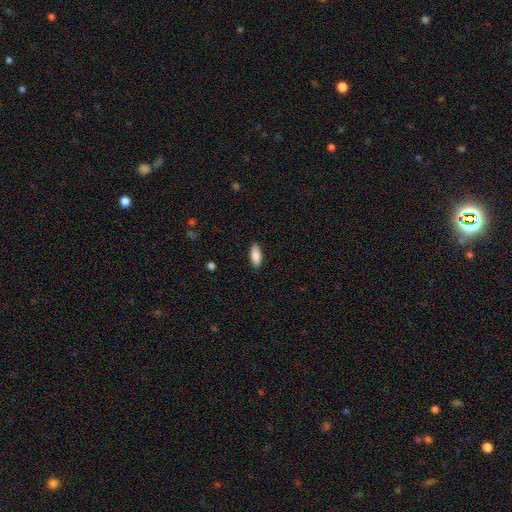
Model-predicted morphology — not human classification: Smooth or featured?
  - smooth: 87% *
  - featured or disk: 7%
  - star or artifact: 6%
How rounded?
  - in between: 77% *
  - cigar-shaped: 21%
  - round: 2%
Merging?
  - none: 88% *
  - minor disturbance: 9%
  - major disturbance: 2%
  - merger: 1%